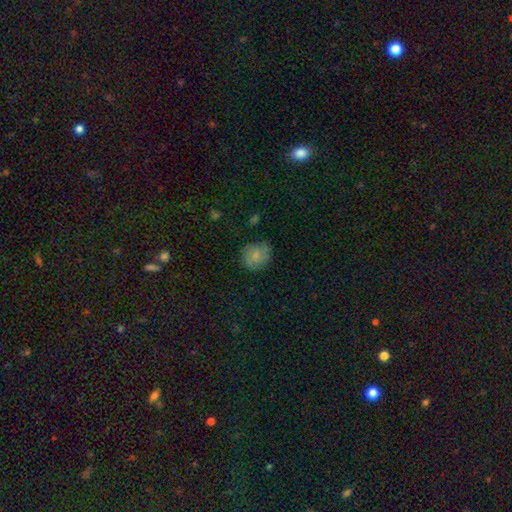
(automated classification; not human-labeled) A smooth galaxy with no disk features (75%) that is round (78%). Merging: none (72%).